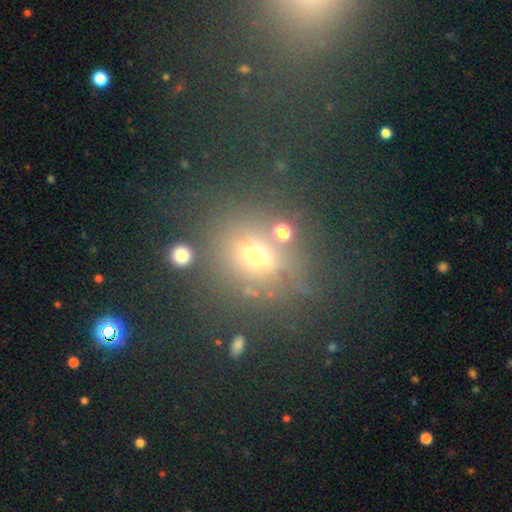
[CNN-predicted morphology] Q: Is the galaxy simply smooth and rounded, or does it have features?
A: smooth — 55%.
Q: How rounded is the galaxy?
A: round — 68%.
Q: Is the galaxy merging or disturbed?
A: none — 70%.